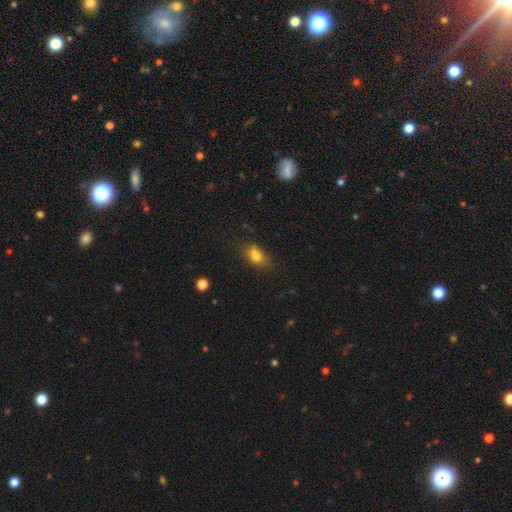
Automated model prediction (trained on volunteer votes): smooth_or_featured: smooth (p=0.77) [alt: featured or disk p=0.12]
how_rounded: in between (p=0.81) [alt: round p=0.15]
merging: none (p=0.54) [alt: minor disturbance p=0.23]